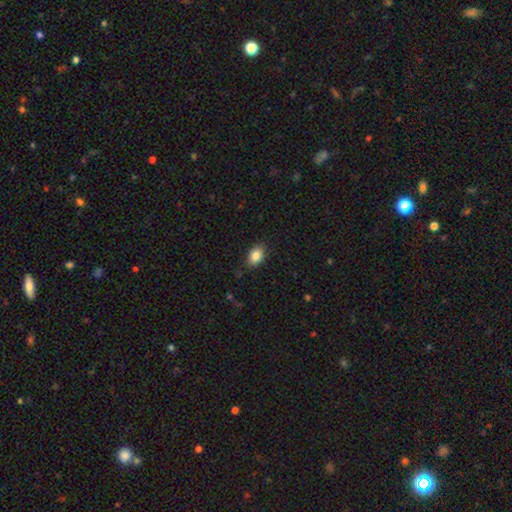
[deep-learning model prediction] A smooth galaxy with no disk features (85%) that is in between round and cigar-shaped (85%). Merging: none (86%).